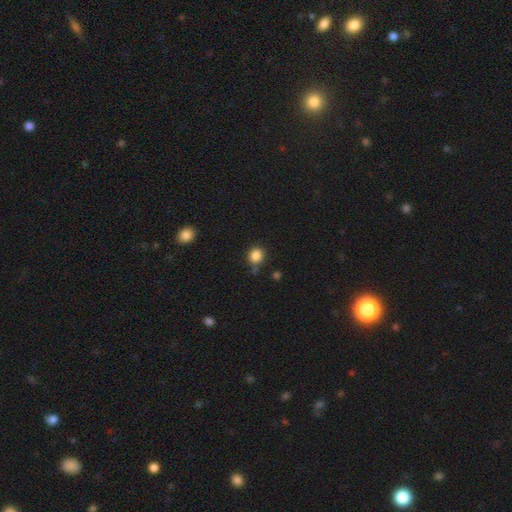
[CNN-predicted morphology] Smooth or featured? Predicted: smooth (p=0.86). How rounded? Predicted: round (p=0.79). Merging? Predicted: none (p=0.74).